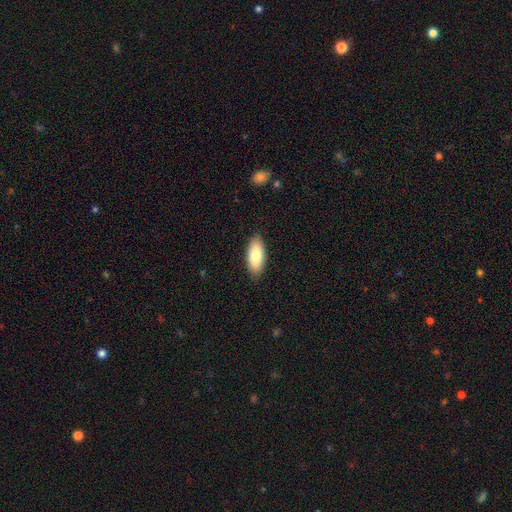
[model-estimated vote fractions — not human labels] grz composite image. It shows a smooth galaxy with no disk features (83%) that is in between round and cigar-shaped (85%). Merging: none (88%).